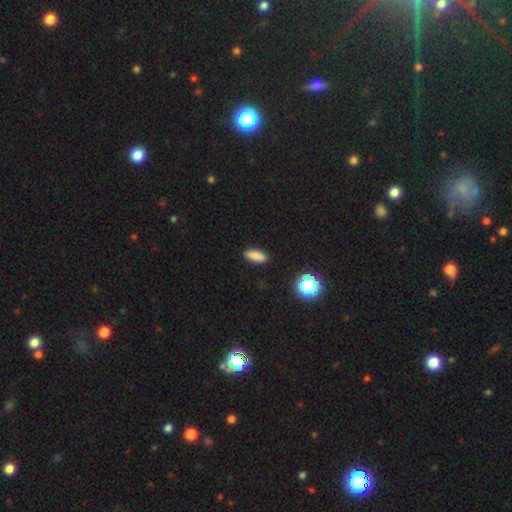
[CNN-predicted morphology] Q: Smooth or featured?
A: smooth (84%); runner-up: star or artifact (11%)
Q: How rounded?
A: in between (65%); runner-up: cigar-shaped (31%)
Q: Merging?
A: none (90%); runner-up: minor disturbance (7%)